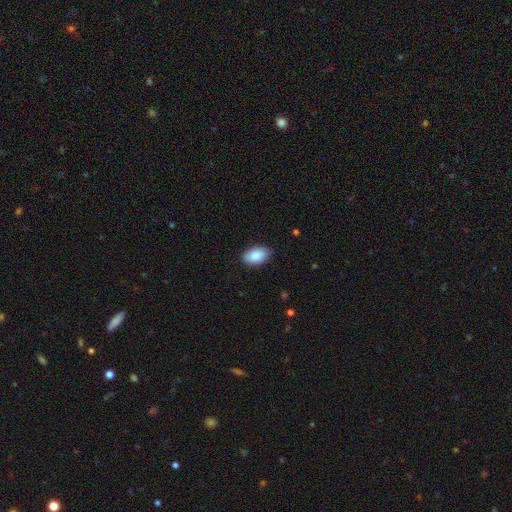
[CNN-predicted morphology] This appears to be a smooth galaxy with no disk features (88%) that is in between round and cigar-shaped (93%). Merging: none (84%).